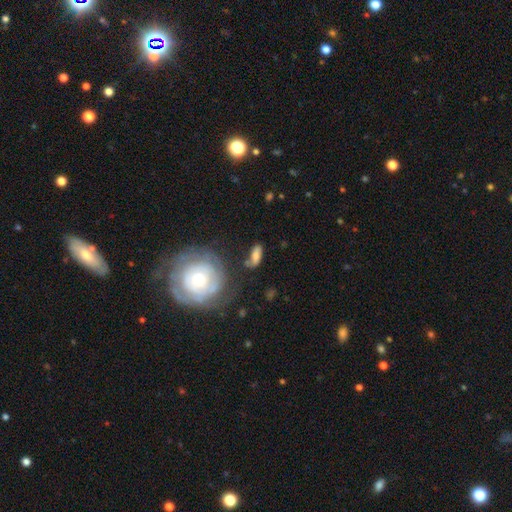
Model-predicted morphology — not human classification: Overall: smooth (63%; featured or disk 28%). How rounded: in between (72%). Merging: none (57%; minor disturbance 22%).